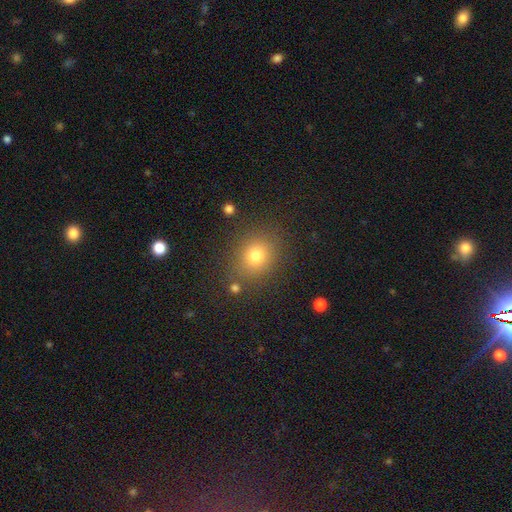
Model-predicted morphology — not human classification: Smooth or featured? Predicted: smooth (p=0.77). How rounded? Predicted: round (p=0.70). Merging? Predicted: none (p=0.83).